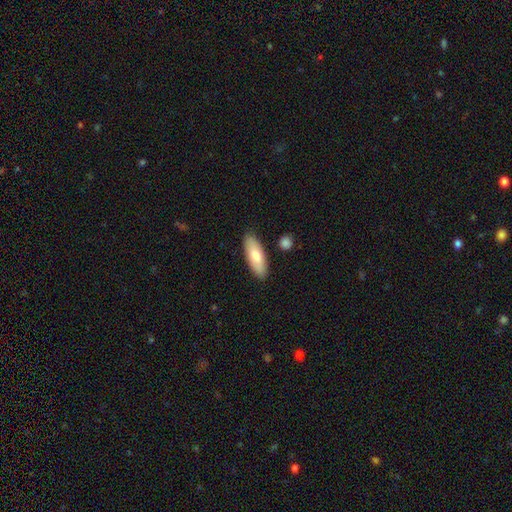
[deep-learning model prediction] smooth 76%, featured or disk 19%, star or artifact 5%. Down the decision tree: how rounded — in between (67%); merging — none (86%).